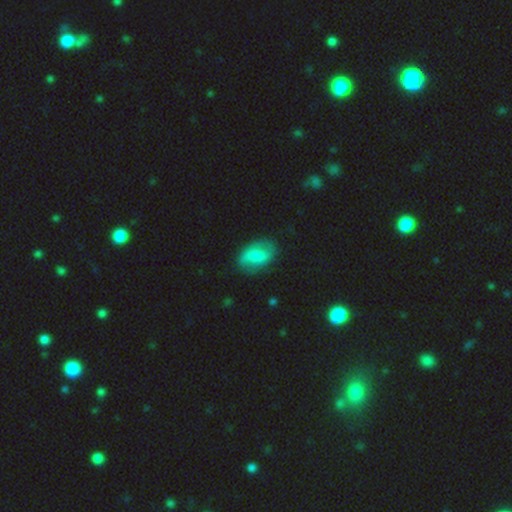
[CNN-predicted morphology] This appears to be a smooth galaxy with no disk features (48%). Merging: none (72%).